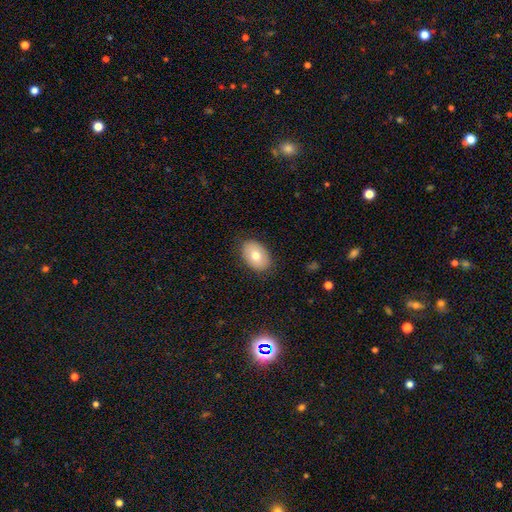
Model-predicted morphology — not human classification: The model was most divided on "smooth or featured": smooth: 76%, featured or disk: 17%, star or artifact: 7%. More confident: merging — none (86%); how rounded — in between (84%).